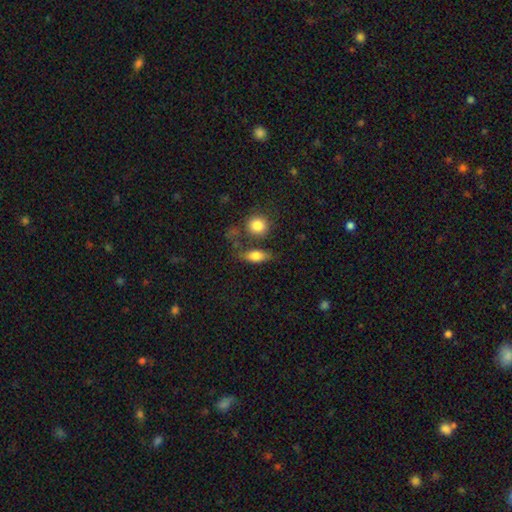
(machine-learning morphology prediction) Smooth or featured? Predicted: smooth (p=0.76). How rounded? Predicted: in between (p=0.74). Merging? Predicted: none (p=0.61).